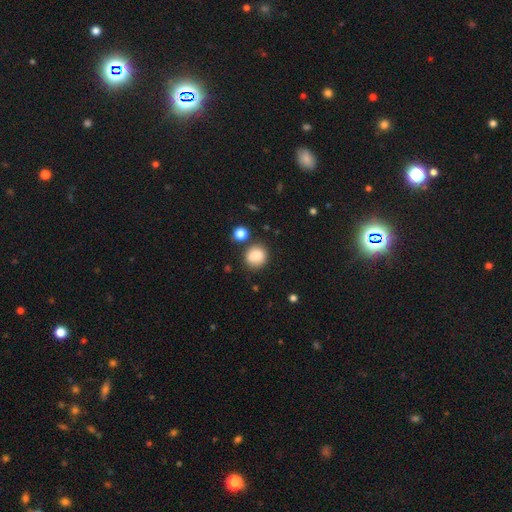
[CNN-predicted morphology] Overall: smooth (86%). How rounded: round (77%). Merging: none (76%).